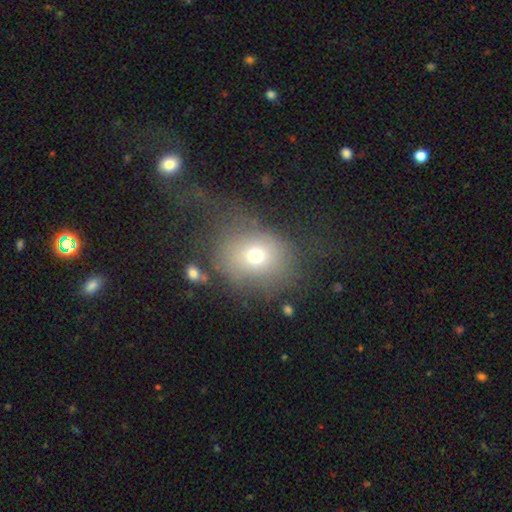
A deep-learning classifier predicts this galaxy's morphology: Smooth or featured? smooth (66%)
How rounded? round (60%)
Merging? none (47%)